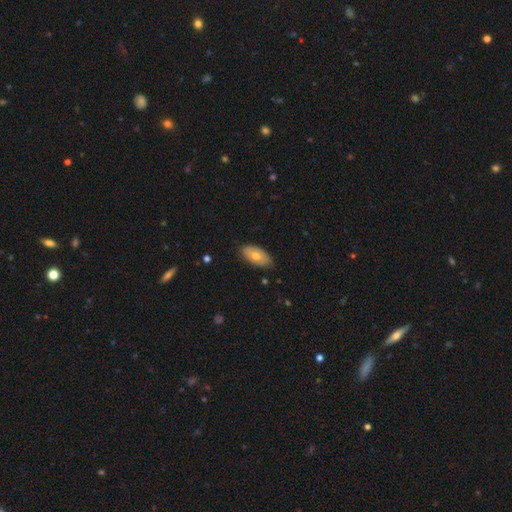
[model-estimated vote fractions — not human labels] Smooth or featured?
  - smooth: 59% *
  - featured or disk: 35%
  - star or artifact: 6%
How rounded?
  - in between: 93% *
  - round: 4%
  - cigar-shaped: 3%
Merging?
  - none: 80% *
  - minor disturbance: 16%
  - major disturbance: 3%
  - merger: 1%